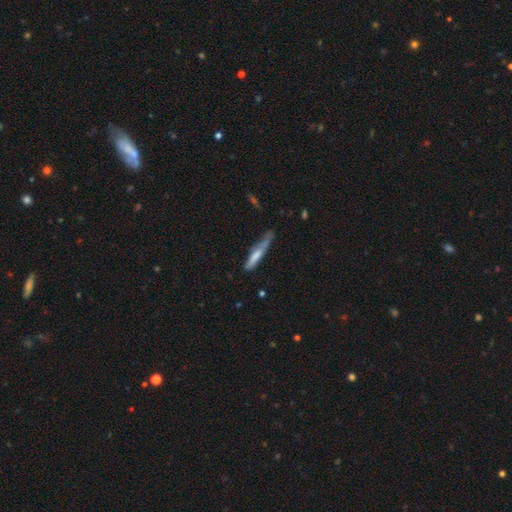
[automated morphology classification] smooth 67%, featured or disk 26%, star or artifact 7%. Down the decision tree: how rounded — cigar-shaped (86%); merging — none (39%).